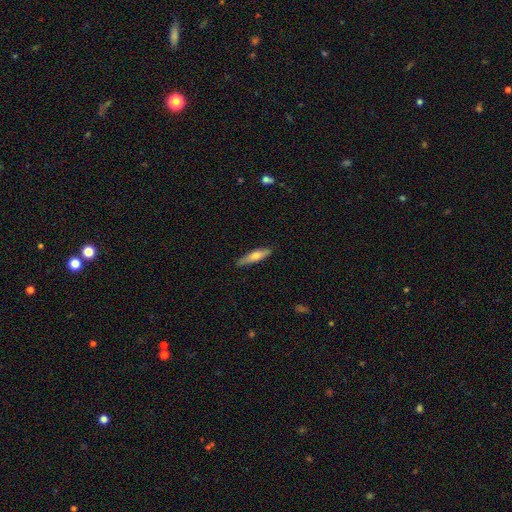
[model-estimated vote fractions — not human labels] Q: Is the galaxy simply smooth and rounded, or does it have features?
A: smooth — 58%.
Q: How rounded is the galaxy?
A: cigar-shaped — 77%.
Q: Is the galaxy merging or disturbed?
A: none — 83%.